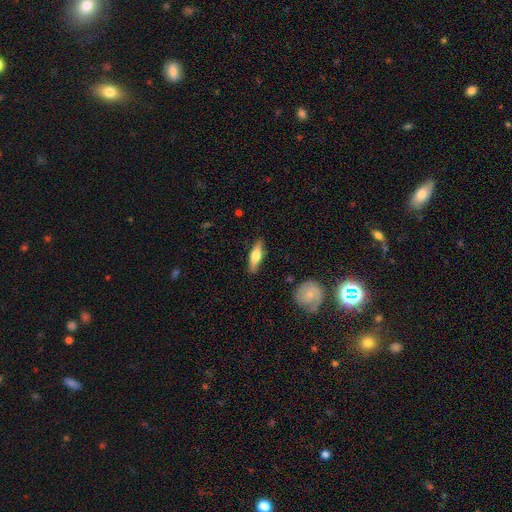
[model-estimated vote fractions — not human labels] This is possibly a smooth galaxy (53%). How rounded: possibly cigar-shaped (58%). Merging: clearly none (85%).